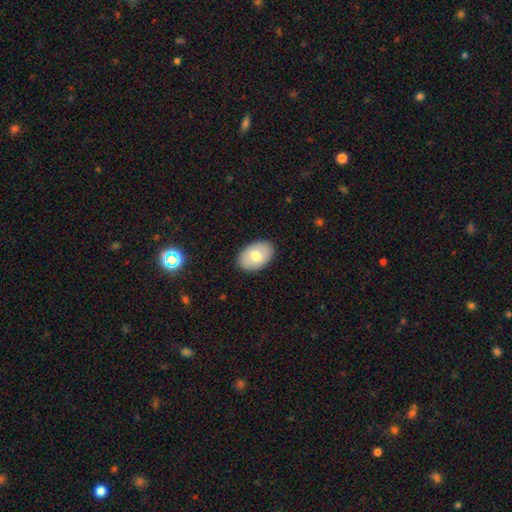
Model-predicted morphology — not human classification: A smooth galaxy with no disk features (72%) that is in between round and cigar-shaped (88%). Merging: none (88%).